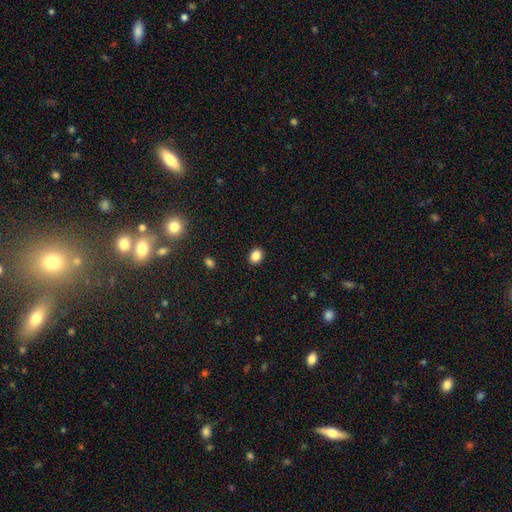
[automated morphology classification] Smooth or featured? Predicted: smooth (p=0.87). How rounded? Predicted: in between (p=0.63). Merging? Predicted: none (p=0.90).